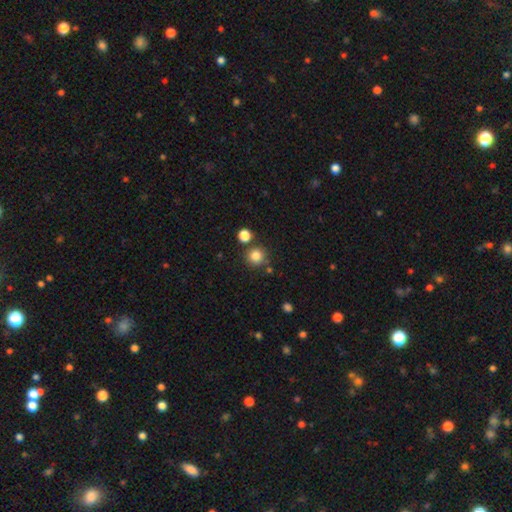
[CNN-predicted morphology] This is clearly a smooth galaxy (83%). How rounded: clearly round (93%). Merging: likely none (79%).